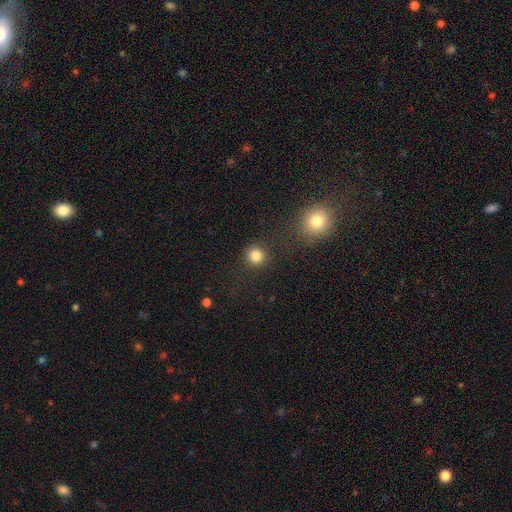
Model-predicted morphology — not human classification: Overall: smooth (84%). How rounded: round (92%). Merging: none (86%).